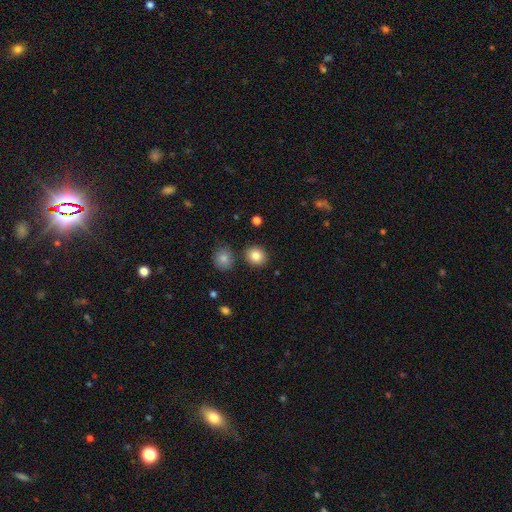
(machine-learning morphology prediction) Q: Smooth or featured?
A: smooth (85%); runner-up: star or artifact (9%)
Q: How rounded?
A: round (80%); runner-up: in between (20%)
Q: Merging?
A: none (86%); runner-up: minor disturbance (7%)